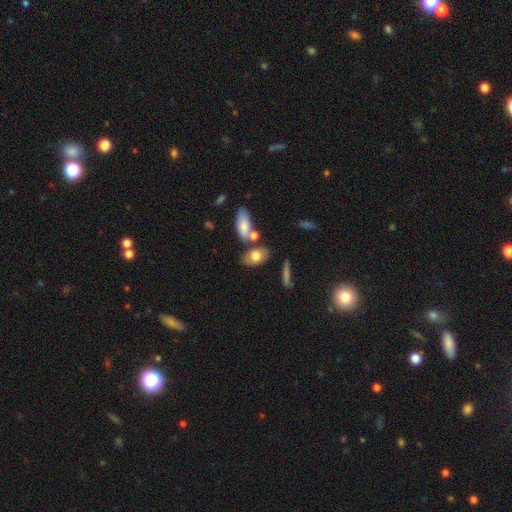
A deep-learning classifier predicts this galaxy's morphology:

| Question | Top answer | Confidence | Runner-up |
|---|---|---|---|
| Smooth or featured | smooth | 74% | featured or disk (19%) |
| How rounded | in between | 86% | round (10%) |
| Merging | none | 62% | merger (20%) |